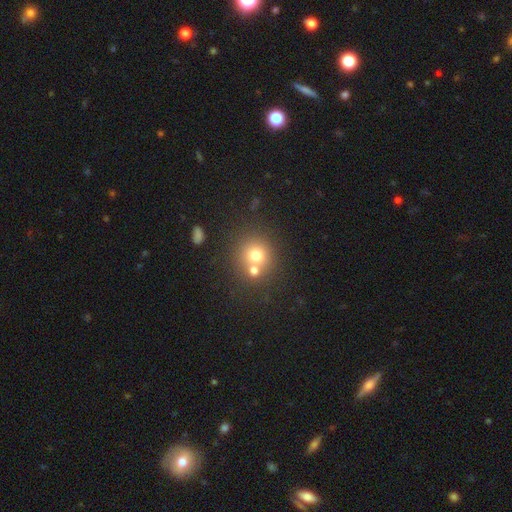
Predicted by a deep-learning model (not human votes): Smooth or featured? Predicted: smooth (p=0.72). How rounded? Predicted: round (p=0.88). Merging? Predicted: none (p=0.51).